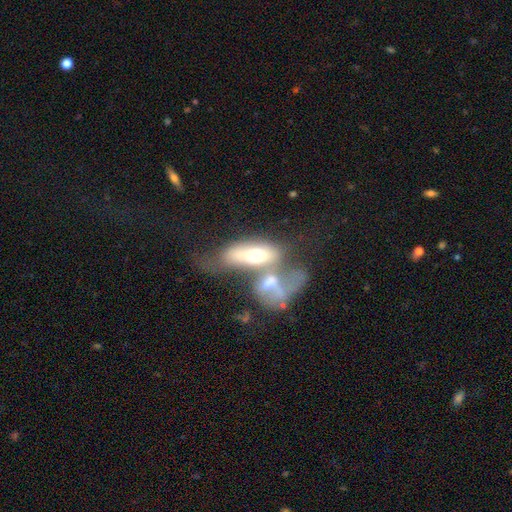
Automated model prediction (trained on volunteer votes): This appears to be a smooth galaxy with no disk features (49%). Merging: merger (63%).